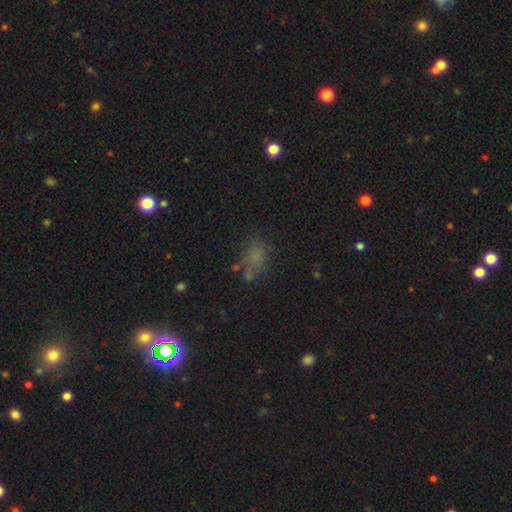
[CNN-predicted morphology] Smooth or featured: smooth — 61% (star or artifact — 22%)
How rounded: in between — 75% (round — 21%)
Merging: none — 53% (minor disturbance — 20%)